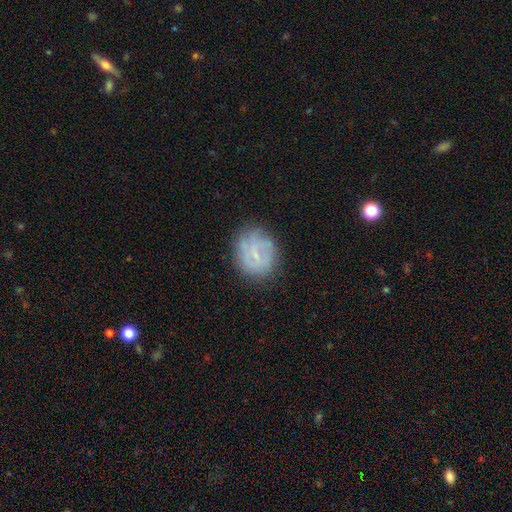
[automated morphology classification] This appears to be a featured or disk galaxy (54%) with a weak bar (46%), spiral arms (62%) and a small central bulge (66%). Merging: none (72%).